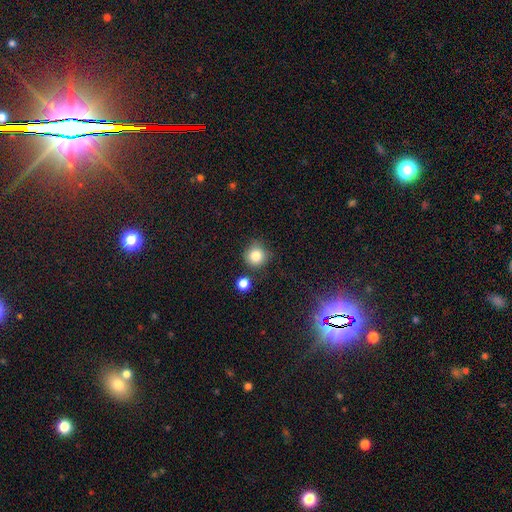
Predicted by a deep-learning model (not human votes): This appears to be a smooth galaxy with no disk features (82%) that is round (92%). Merging: none (80%).